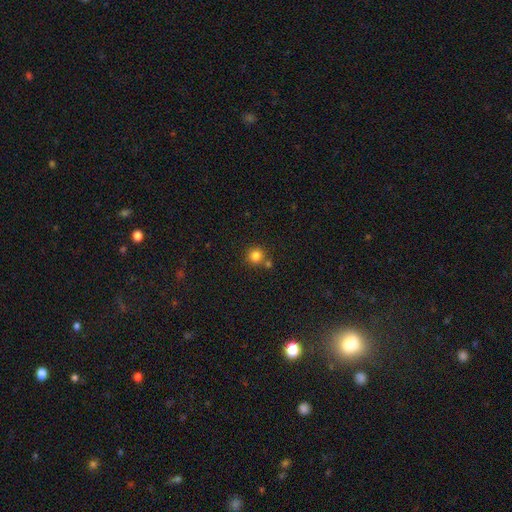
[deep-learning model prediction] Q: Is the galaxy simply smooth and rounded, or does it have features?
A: smooth — 82%.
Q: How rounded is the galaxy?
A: round — 92%.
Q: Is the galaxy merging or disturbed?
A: none — 72%.